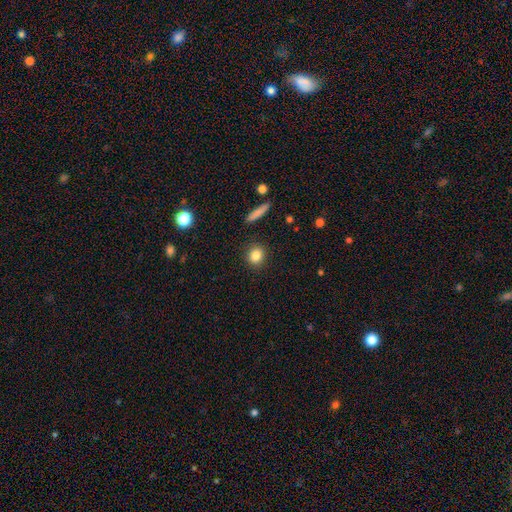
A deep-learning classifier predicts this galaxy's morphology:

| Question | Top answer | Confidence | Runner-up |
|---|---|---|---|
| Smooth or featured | smooth | 84% | star or artifact (10%) |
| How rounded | round | 79% | in between (19%) |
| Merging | none | 90% | minor disturbance (6%) |